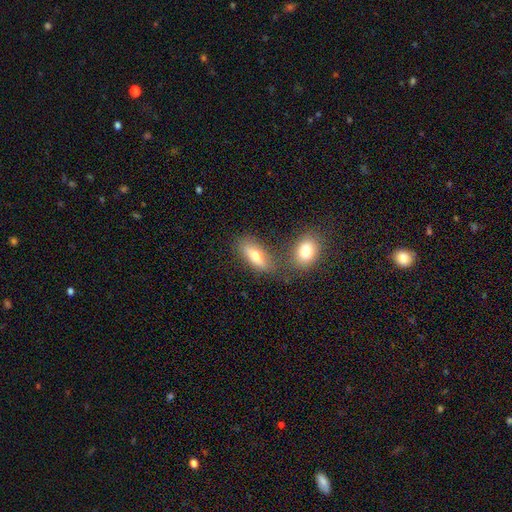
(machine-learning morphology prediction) Overall: smooth (69%). How rounded: in between (75%). Merging: none (62%).